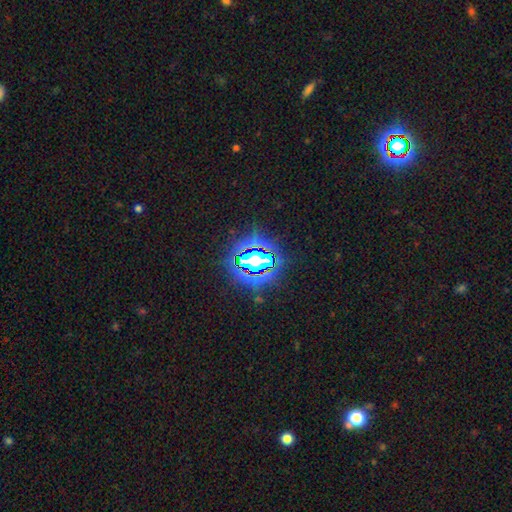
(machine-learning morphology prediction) This is clearly a star or artifact rather than a galaxy (82%).